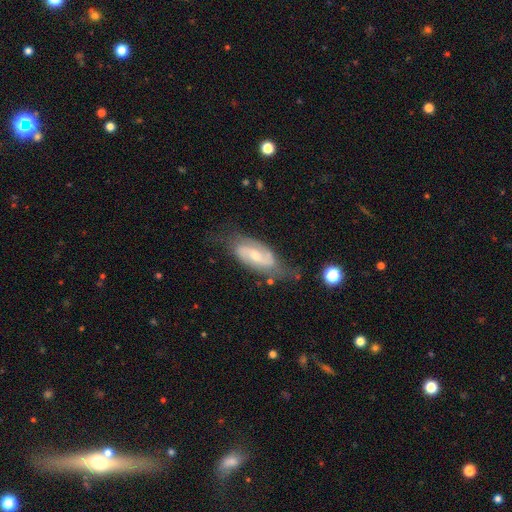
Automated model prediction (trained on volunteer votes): Smooth or featured? Predicted: featured or disk (p=0.77). Edge-on disk? Predicted: no (p=0.93). Bar? Predicted: weak (p=0.45). Spiral arms? Predicted: yes (p=0.92). Spiral winding? Predicted: medium (p=0.44). Spiral arm count? Predicted: 2 (p=0.86). Bulge size? Predicted: small (p=0.48). Merging? Predicted: none (p=0.60).